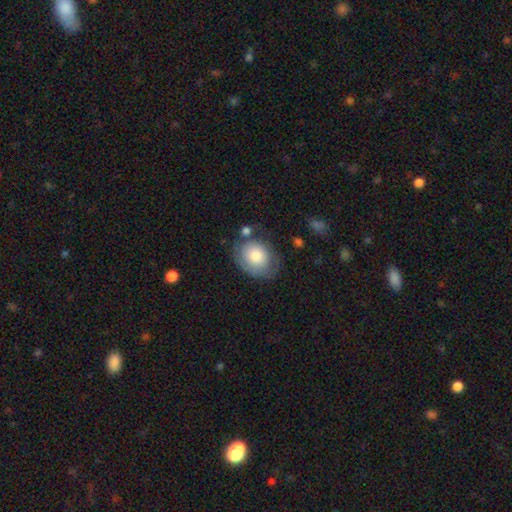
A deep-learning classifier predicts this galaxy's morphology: type=smooth (75%); roundness=in between (53%); merging=none (55%).